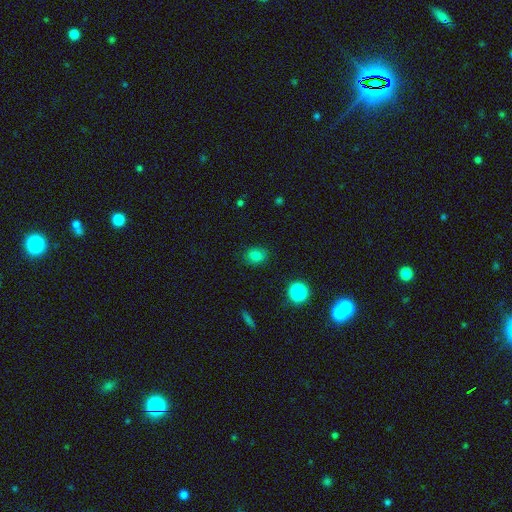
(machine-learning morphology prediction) A smooth galaxy with no disk features (80%) that is round (53%).

Vote fractions:
- Smooth or featured? smooth: 80% / star or artifact: 14% / featured or disk: 6%
- How rounded? round: 53% / in between: 46% / cigar-shaped: 1%
- Merging? none: 85% / minor disturbance: 11% / major disturbance: 3% / merger: 1%